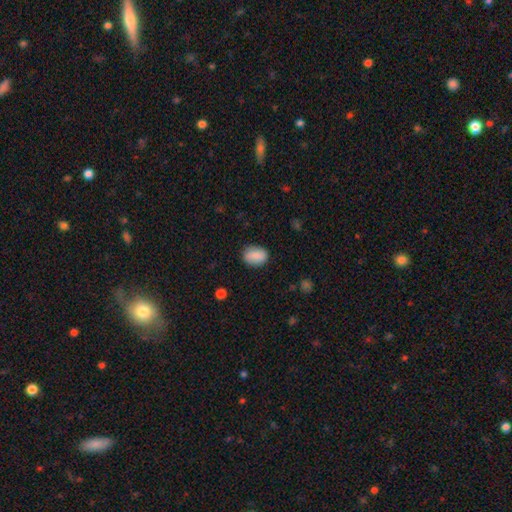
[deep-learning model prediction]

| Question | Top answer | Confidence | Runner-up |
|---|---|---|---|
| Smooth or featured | smooth | 82% | featured or disk (10%) |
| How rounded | in between | 68% | round (30%) |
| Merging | none | 83% | minor disturbance (12%) |